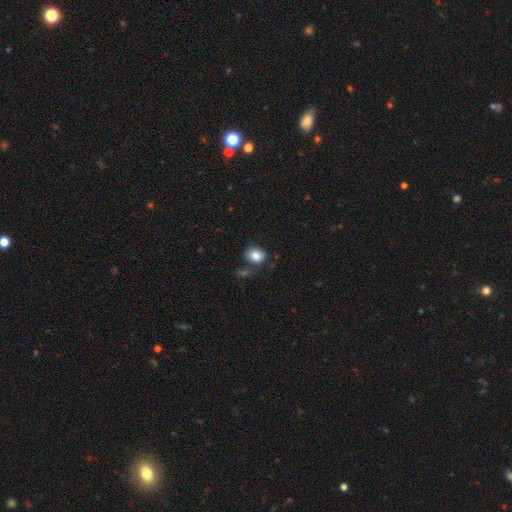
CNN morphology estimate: A smooth galaxy with no disk features (82%) that is in between round and cigar-shaped (50%). Merging: none (68%).